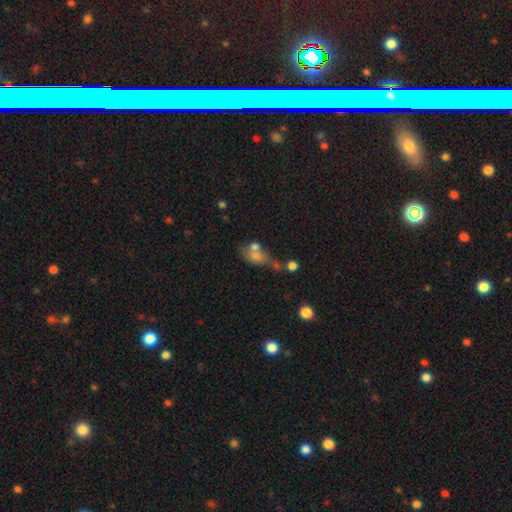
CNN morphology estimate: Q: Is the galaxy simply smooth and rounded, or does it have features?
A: smooth — 60%.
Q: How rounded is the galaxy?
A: in between — 71%.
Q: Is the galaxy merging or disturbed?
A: merger — 37%.